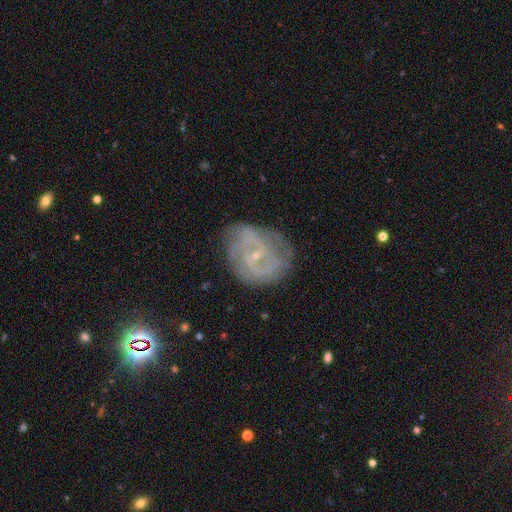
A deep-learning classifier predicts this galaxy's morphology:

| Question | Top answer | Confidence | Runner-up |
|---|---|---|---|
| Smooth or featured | featured or disk | 83% | smooth (9%) |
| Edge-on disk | no | 97% | yes (3%) |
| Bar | weak | 50% | no (35%) |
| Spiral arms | yes | 95% | no (5%) |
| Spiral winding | medium | 46% | tight (39%) |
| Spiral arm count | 2 | 48% | can't tell (21%) |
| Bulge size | small | 81% | moderate (13%) |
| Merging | none | 71% | minor disturbance (20%) |